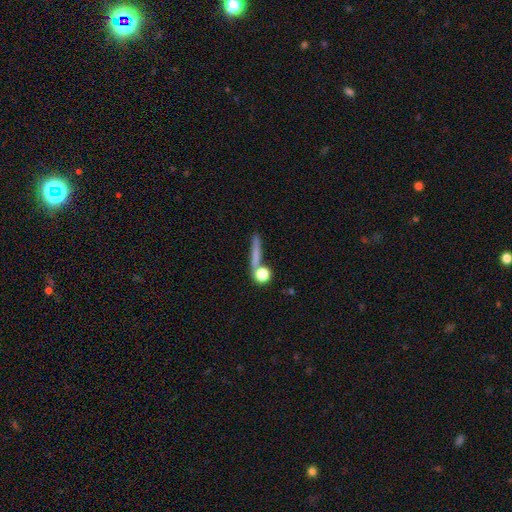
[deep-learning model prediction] smooth 64%, featured or disk 22%, star or artifact 14%. Down the decision tree: how rounded — cigar-shaped (63%); merging — none (66%).